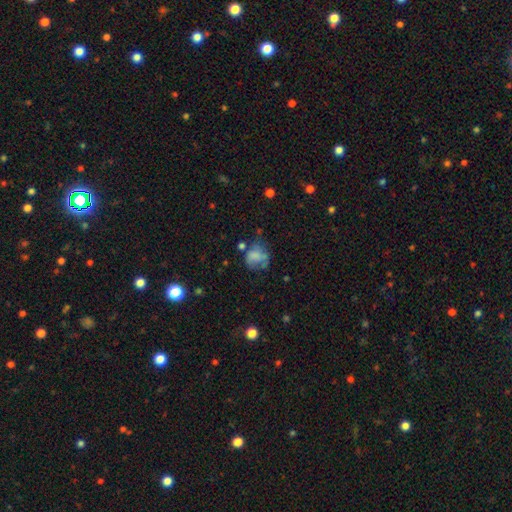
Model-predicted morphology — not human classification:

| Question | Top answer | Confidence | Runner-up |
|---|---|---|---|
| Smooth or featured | smooth | 57% | featured or disk (30%) |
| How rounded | round | 58% | in between (41%) |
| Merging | none | 37% | major disturbance (28%) |